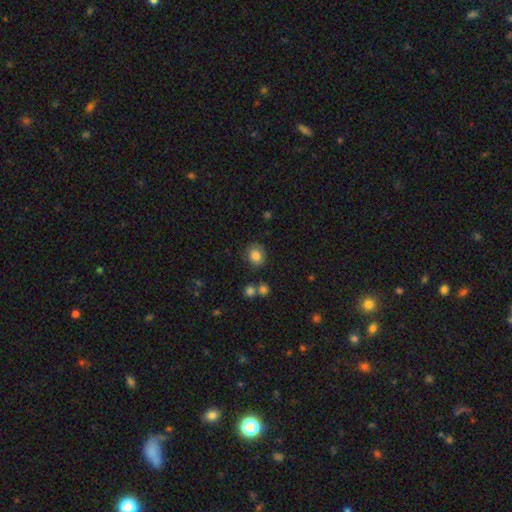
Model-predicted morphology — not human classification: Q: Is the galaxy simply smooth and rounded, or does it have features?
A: smooth — 83%.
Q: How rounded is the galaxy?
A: round — 65%.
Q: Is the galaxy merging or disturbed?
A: none — 78%.